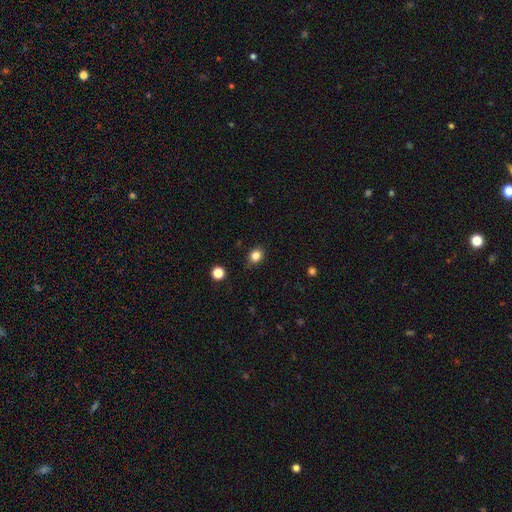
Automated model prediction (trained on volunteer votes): A smooth galaxy with no disk features (84%) that is round (60%). Merging: none (85%).